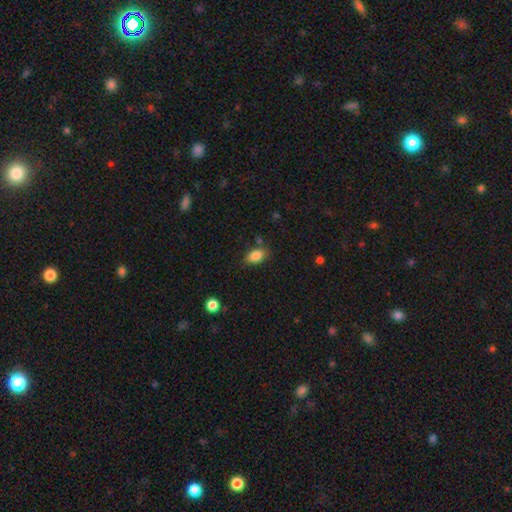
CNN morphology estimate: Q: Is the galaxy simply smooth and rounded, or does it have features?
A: smooth — 86%.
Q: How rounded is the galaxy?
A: in between — 88%.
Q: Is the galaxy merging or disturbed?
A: none — 76%.